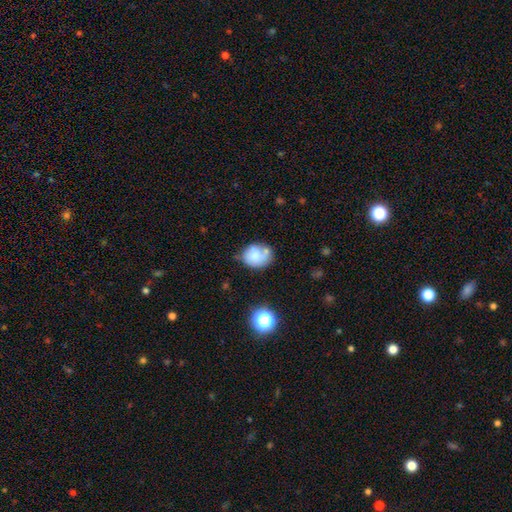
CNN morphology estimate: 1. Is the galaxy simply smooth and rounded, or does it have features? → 65% smooth, 24% featured or disk, 10% star or artifact.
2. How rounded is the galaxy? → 50% round, 49% in between, 1% cigar-shaped.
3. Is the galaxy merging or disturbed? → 44% none, 29% minor disturbance, 14% merger, 13% major disturbance.